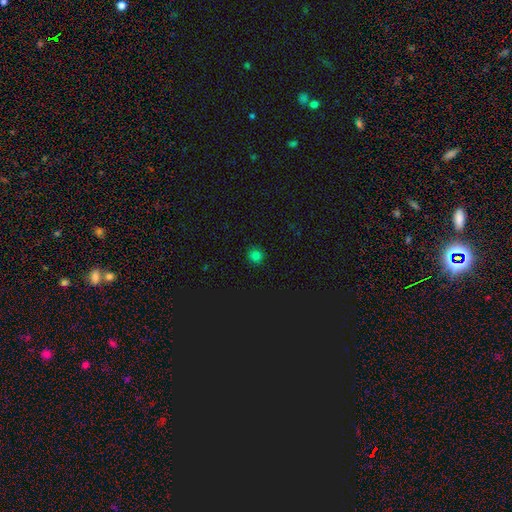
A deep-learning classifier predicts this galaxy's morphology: This appears to be a smooth galaxy with no disk features (77%) that is round (92%). Merging: none (90%).